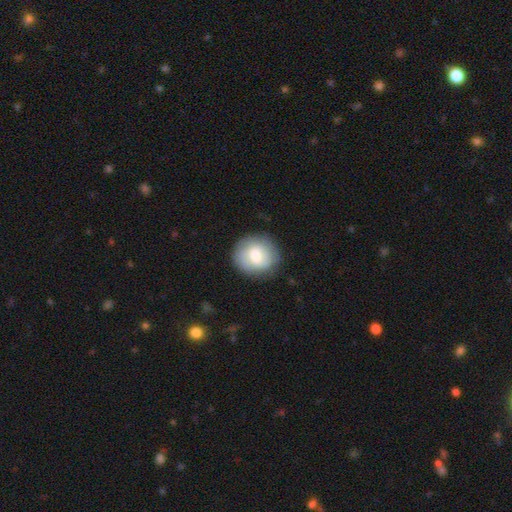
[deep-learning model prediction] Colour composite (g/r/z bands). It shows a smooth galaxy with no disk features (64%) that is round (87%). Merging: none (85%).